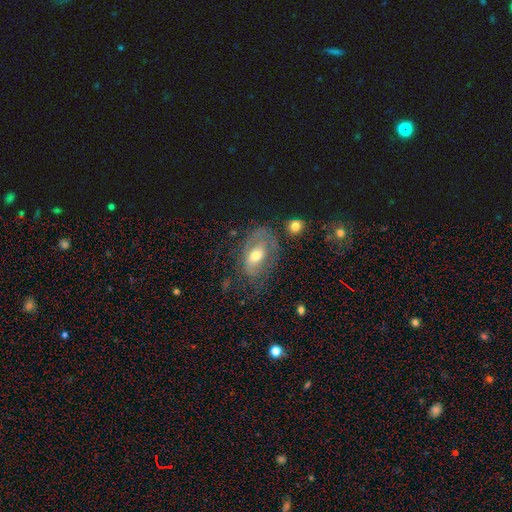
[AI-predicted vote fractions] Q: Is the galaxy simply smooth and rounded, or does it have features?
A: featured or disk — 51%.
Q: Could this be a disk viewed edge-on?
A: no — 91%.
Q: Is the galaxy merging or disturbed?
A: none — 51%.